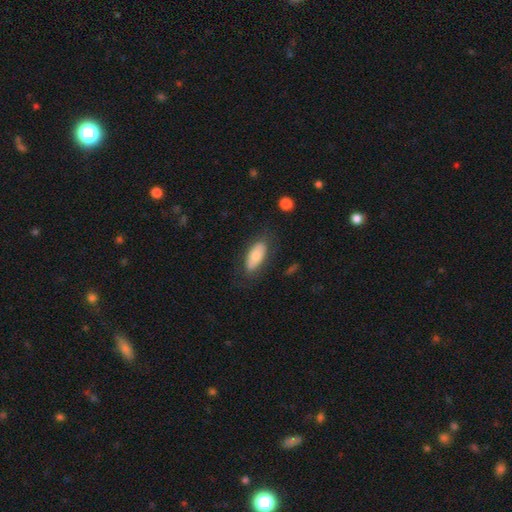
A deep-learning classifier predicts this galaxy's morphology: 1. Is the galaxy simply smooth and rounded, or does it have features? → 67% smooth, 25% featured or disk, 7% star or artifact.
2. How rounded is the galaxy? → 87% in between, 11% cigar-shaped, 3% round.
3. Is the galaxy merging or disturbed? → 75% none, 17% minor disturbance, 6% major disturbance, 1% merger.